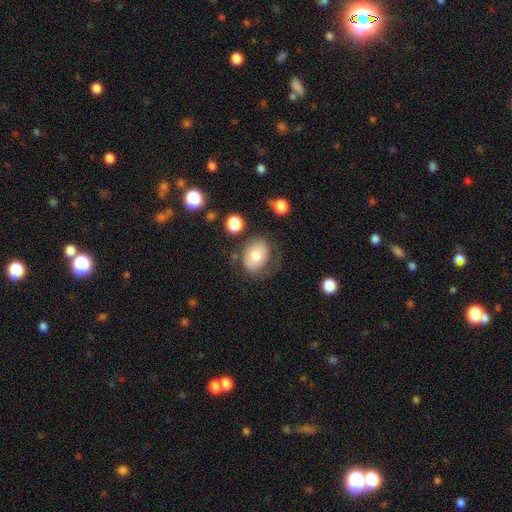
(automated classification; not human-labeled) Smooth or featured?
  - smooth: 70% *
  - featured or disk: 21%
  - star or artifact: 8%
How rounded?
  - in between: 64% *
  - round: 35%
  - cigar-shaped: 1%
Merging?
  - none: 56% *
  - minor disturbance: 24%
  - major disturbance: 16%
  - merger: 5%